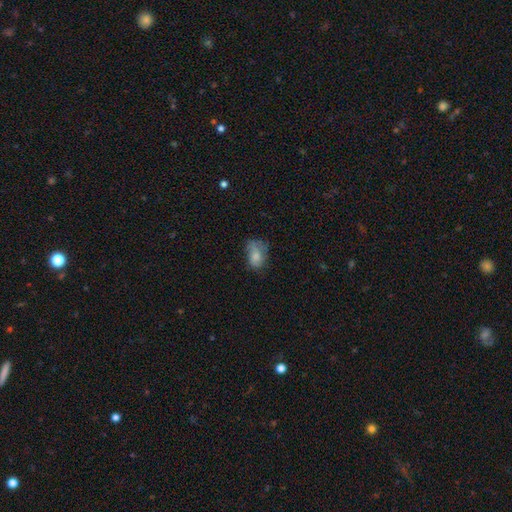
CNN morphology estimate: Smooth or featured? Predicted: smooth (p=0.72). How rounded? Predicted: in between (p=0.80). Merging? Predicted: none (p=0.37).